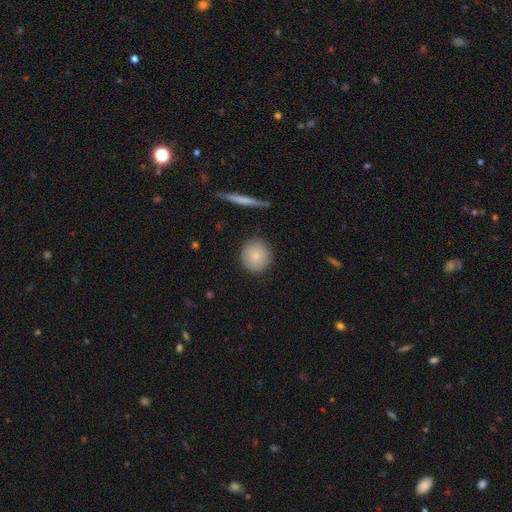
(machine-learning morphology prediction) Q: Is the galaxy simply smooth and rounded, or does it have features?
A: smooth — 81%.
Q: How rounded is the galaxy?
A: round — 92%.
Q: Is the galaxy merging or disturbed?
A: none — 89%.